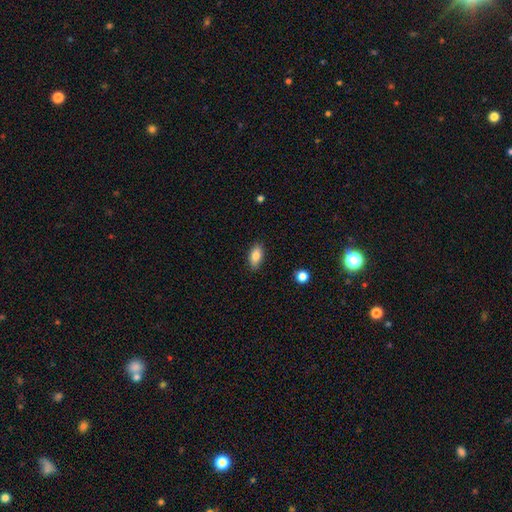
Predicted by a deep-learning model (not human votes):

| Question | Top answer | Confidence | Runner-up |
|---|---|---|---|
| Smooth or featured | smooth | 82% | featured or disk (10%) |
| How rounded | in between | 89% | cigar-shaped (7%) |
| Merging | none | 88% | minor disturbance (9%) |